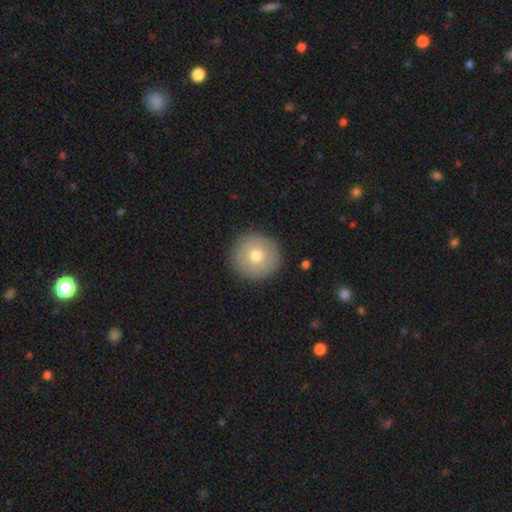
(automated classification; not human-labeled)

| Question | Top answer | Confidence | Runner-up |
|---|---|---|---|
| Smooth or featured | smooth | 73% | featured or disk (18%) |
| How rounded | round | 96% | in between (3%) |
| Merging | none | 90% | minor disturbance (7%) |